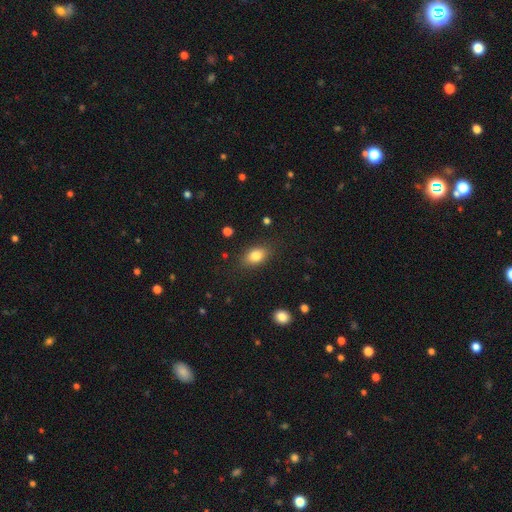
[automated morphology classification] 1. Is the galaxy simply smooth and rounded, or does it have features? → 81% smooth, 10% featured or disk, 9% star or artifact.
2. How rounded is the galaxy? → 81% in between, 16% round, 3% cigar-shaped.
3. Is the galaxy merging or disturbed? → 83% none, 12% minor disturbance, 4% major disturbance, 1% merger.